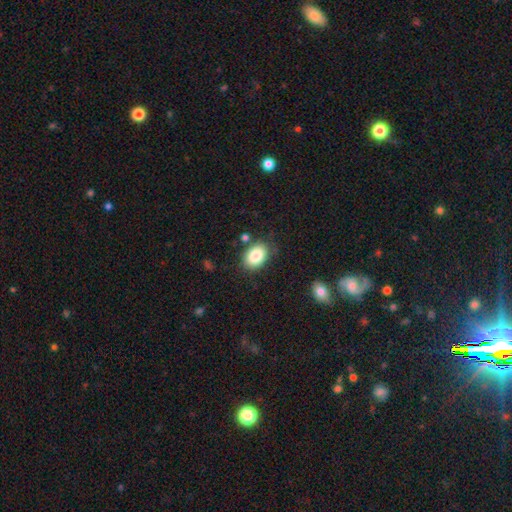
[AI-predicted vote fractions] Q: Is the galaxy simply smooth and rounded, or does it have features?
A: smooth — 86%.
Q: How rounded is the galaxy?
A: in between — 78%.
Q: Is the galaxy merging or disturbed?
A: none — 80%.